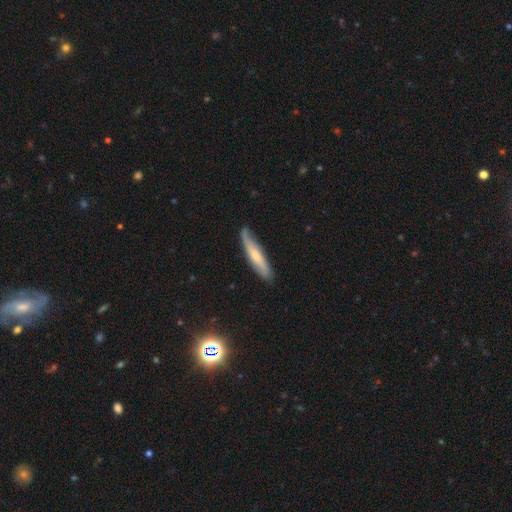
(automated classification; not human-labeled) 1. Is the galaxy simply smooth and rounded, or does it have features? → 50% smooth, 44% featured or disk, 6% star or artifact.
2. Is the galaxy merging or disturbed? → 73% none, 21% minor disturbance, 4% major disturbance, 2% merger.